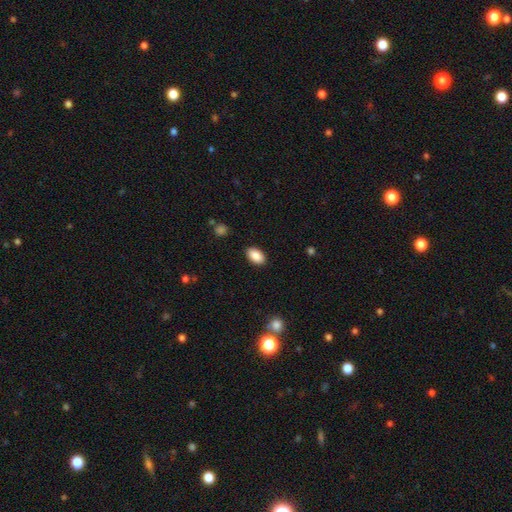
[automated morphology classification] Q: Smooth or featured?
A: smooth (89%); runner-up: star or artifact (7%)
Q: How rounded?
A: in between (93%); runner-up: round (6%)
Q: Merging?
A: none (89%); runner-up: minor disturbance (8%)